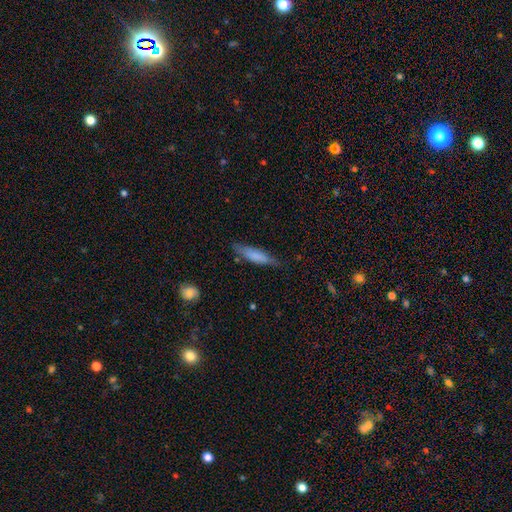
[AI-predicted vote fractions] Smooth or featured? Predicted: smooth (p=0.69). How rounded? Predicted: cigar-shaped (p=0.76). Merging? Predicted: none (p=0.73).